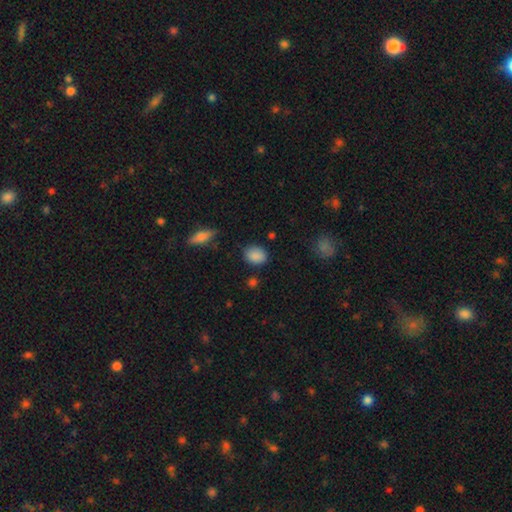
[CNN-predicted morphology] Overall: smooth (87%). How rounded: in between (60%; round 39%). Merging: none (80%).